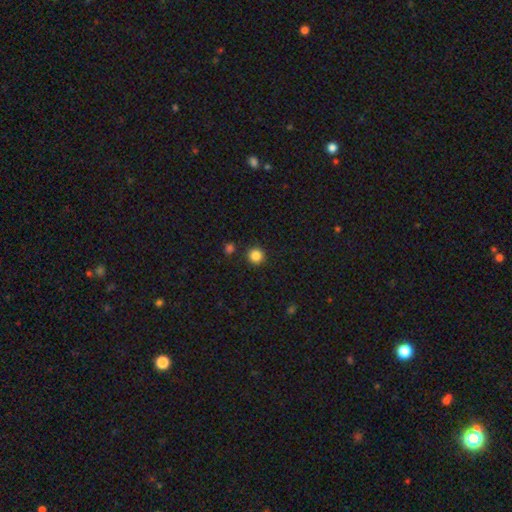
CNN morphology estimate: A smooth galaxy with no disk features (85%) that is round (95%).

Vote fractions:
- Smooth or featured? smooth: 85% / star or artifact: 11% / featured or disk: 4%
- How rounded? round: 95% / in between: 4% / cigar-shaped: 1%
- Merging? none: 90% / minor disturbance: 6% / merger: 3% / major disturbance: 2%